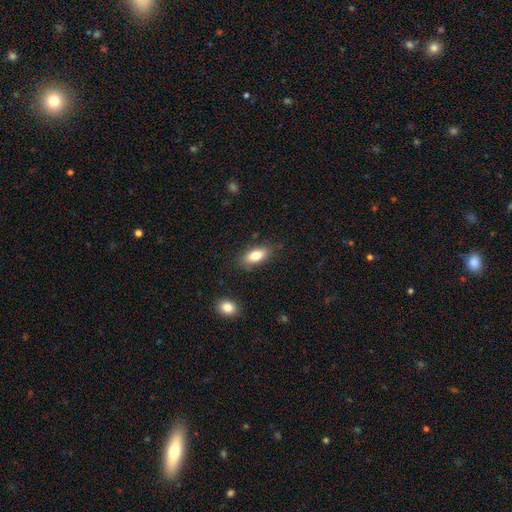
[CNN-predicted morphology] The model was most divided on "smooth or featured": smooth: 80%, featured or disk: 12%, star or artifact: 7%. More confident: how rounded — in between (87%); merging — none (83%).